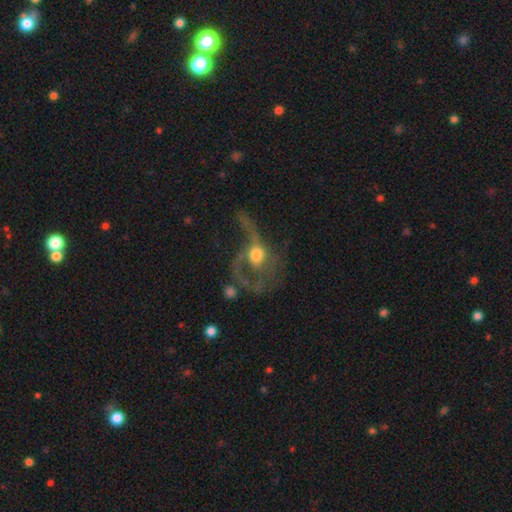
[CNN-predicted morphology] type=featured or disk (67%); edge-on=no (94%); bar=no (74%); spiral arms=yes (61%); bulge=moderate (63%); merging=major disturbance (56%).